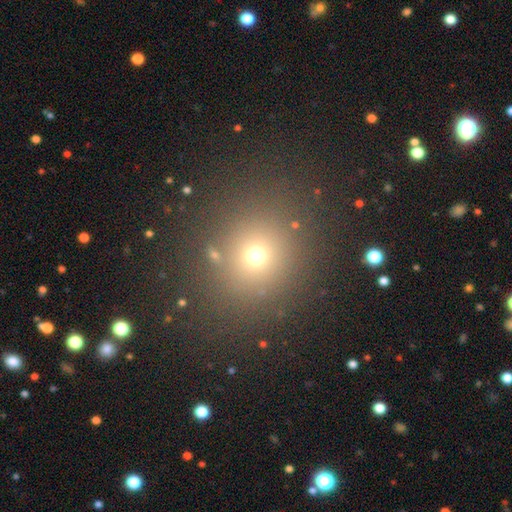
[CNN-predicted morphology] Smooth or featured: smooth — 66% (star or artifact — 26%)
How rounded: round — 86% (in between — 13%)
Merging: none — 85% (minor disturbance — 7%)